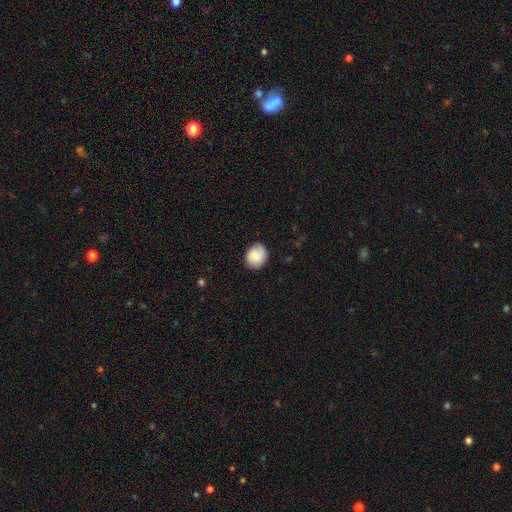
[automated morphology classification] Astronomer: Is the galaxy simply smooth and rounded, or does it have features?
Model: smooth — 83%.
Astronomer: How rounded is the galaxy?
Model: round — 65%.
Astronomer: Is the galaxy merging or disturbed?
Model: none — 79%.